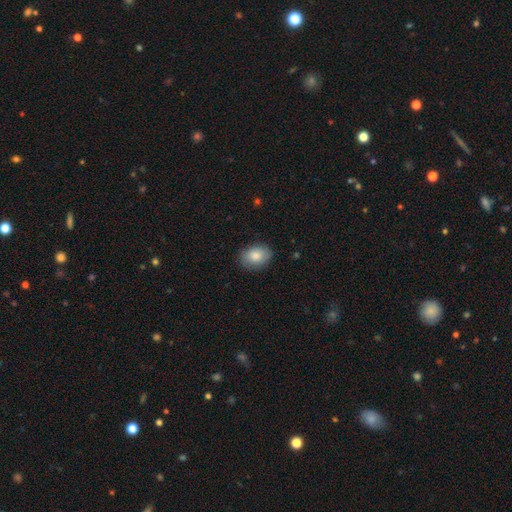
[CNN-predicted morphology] This appears to be a smooth galaxy with no disk features (83%) that is in between round and cigar-shaped (71%). Merging: none (81%).